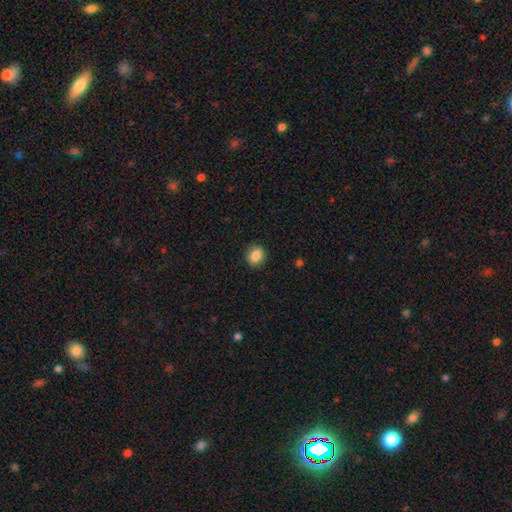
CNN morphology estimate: A smooth galaxy with no disk features (86%) that is round (64%).

Vote fractions:
- Smooth or featured? smooth: 86% / star or artifact: 9% / featured or disk: 5%
- How rounded? round: 64% / in between: 35% / cigar-shaped: 1%
- Merging? none: 89% / minor disturbance: 8% / major disturbance: 2% / merger: 1%